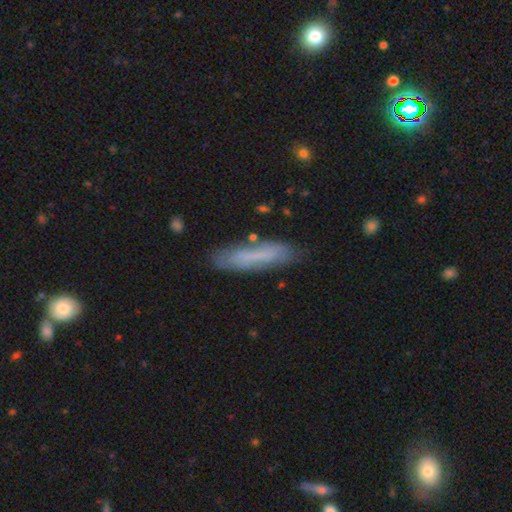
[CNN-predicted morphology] Overall: smooth (63%; featured or disk 29%). How rounded: cigar-shaped (84%). Merging: none (77%).